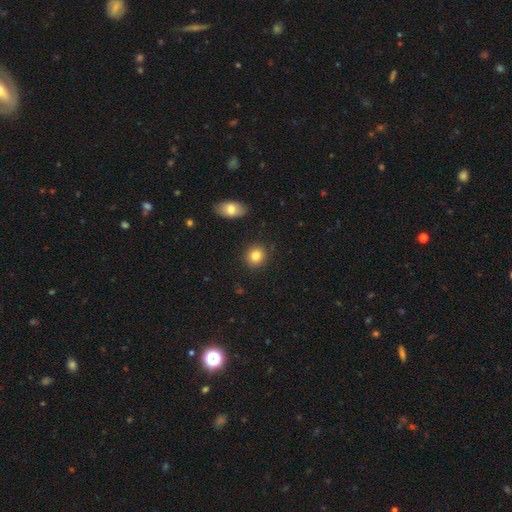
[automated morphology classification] smooth 83%, star or artifact 9%, featured or disk 8%. Down the decision tree: how rounded — round (82%); merging — none (89%).